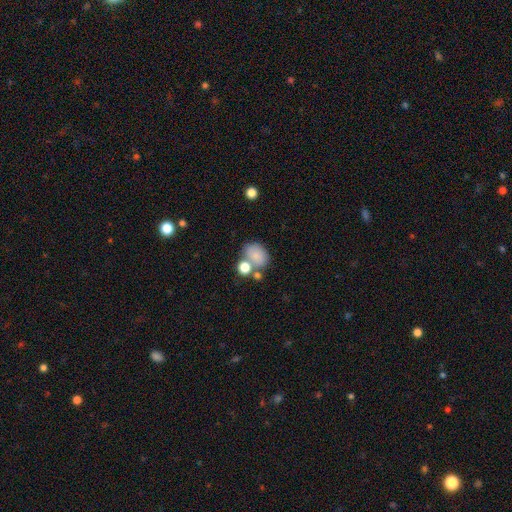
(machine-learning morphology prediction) Q: Smooth or featured?
A: smooth (80%); runner-up: star or artifact (10%)
Q: How rounded?
A: in between (59%); runner-up: round (40%)
Q: Merging?
A: none (51%); runner-up: merger (27%)